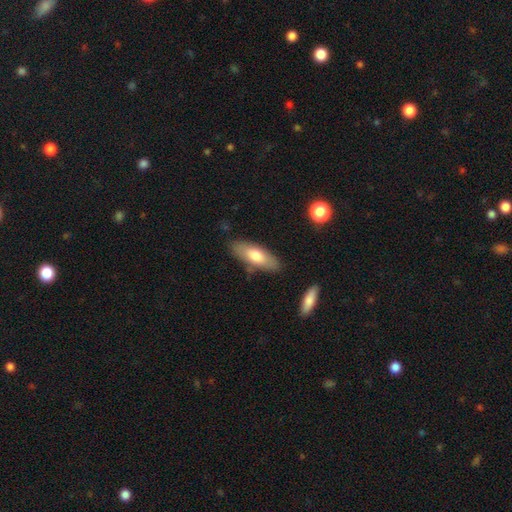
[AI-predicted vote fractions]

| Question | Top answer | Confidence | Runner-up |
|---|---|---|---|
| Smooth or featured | smooth | 70% | featured or disk (24%) |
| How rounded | in between | 66% | cigar-shaped (32%) |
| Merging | none | 80% | minor disturbance (14%) |